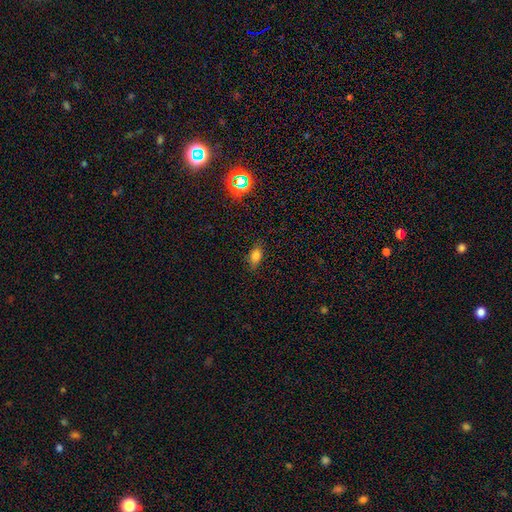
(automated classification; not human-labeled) Smooth or featured? Predicted: smooth (p=0.76). How rounded? Predicted: in between (p=0.79). Merging? Predicted: none (p=0.81).